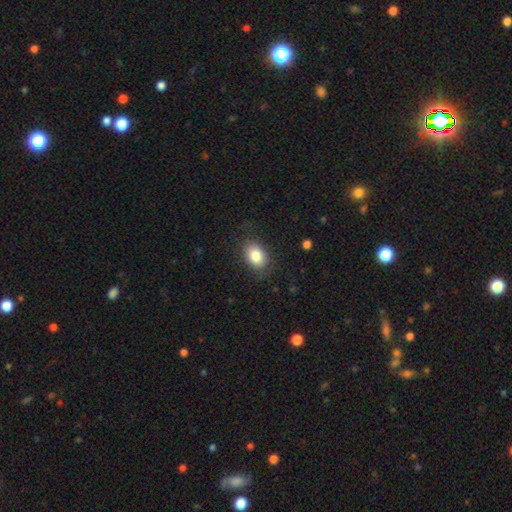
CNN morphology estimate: This appears to be a smooth galaxy with no disk features (82%) that is in between round and cigar-shaped (74%). Merging: none (76%).